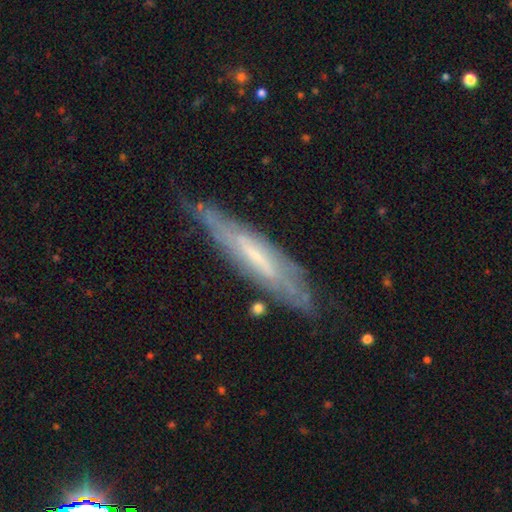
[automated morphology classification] The model was most divided on "edge-on disk": yes: 64%, no: 36%. More confident: merging — none (70%); smooth or featured — featured or disk (68%).